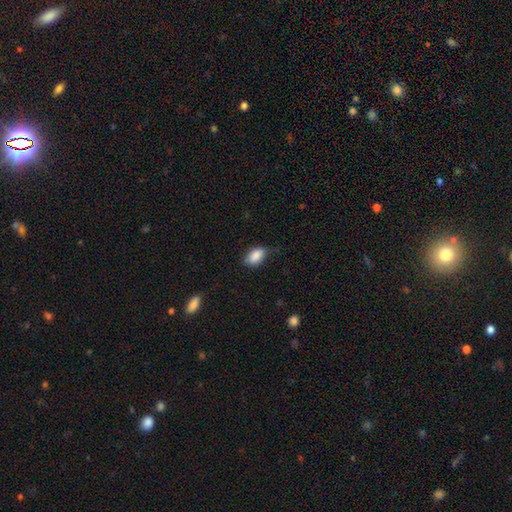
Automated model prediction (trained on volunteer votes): A smooth galaxy with no disk features (87%) that is in between round and cigar-shaped (91%).

Vote fractions:
- Smooth or featured? smooth: 87% / star or artifact: 7% / featured or disk: 6%
- How rounded? in between: 91% / round: 7% / cigar-shaped: 2%
- Merging? none: 67% / minor disturbance: 26% / major disturbance: 6% / merger: 1%